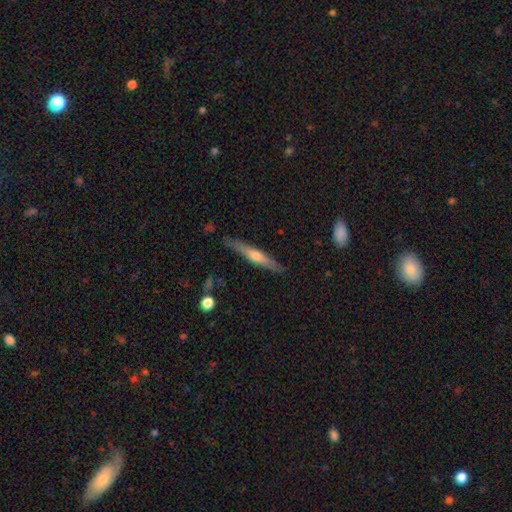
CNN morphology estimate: This appears to be a featured or disk galaxy (58%) viewed edge-on (95%) with a rounded central bulge (81%). Merging: none (86%).